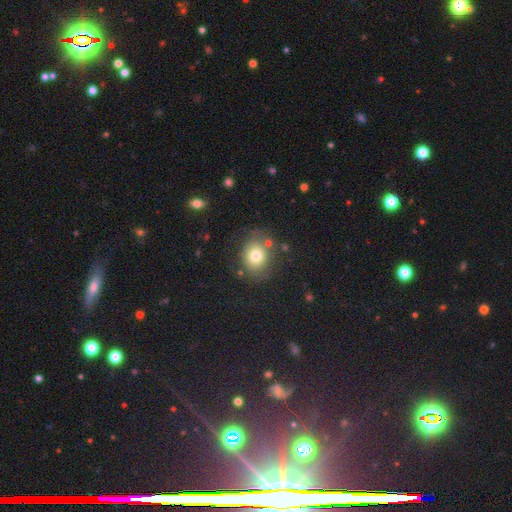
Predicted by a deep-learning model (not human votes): Morphology: type=smooth (73%); roundness=round (69%); merging=none (73%).